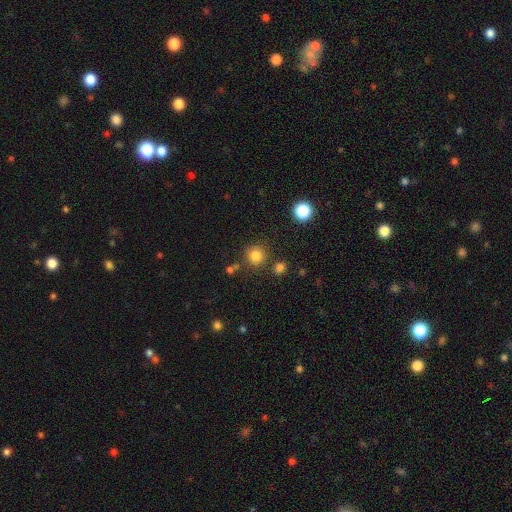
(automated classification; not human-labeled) smooth 82%, star or artifact 13%, featured or disk 5%. Down the decision tree: how rounded — round (92%); merging — none (82%).